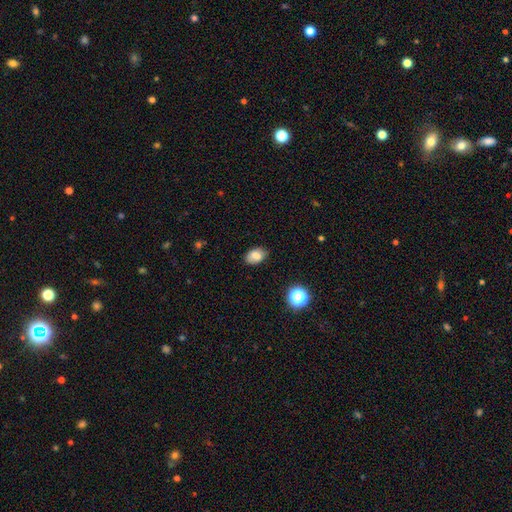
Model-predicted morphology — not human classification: smooth-or-featured: smooth: 80% | star or artifact: 10% | featured or disk: 10%
  how-rounded: in between: 83% | round: 16% | cigar-shaped: 1%
  merging: none: 81% | minor disturbance: 15% | major disturbance: 3% | merger: 1%